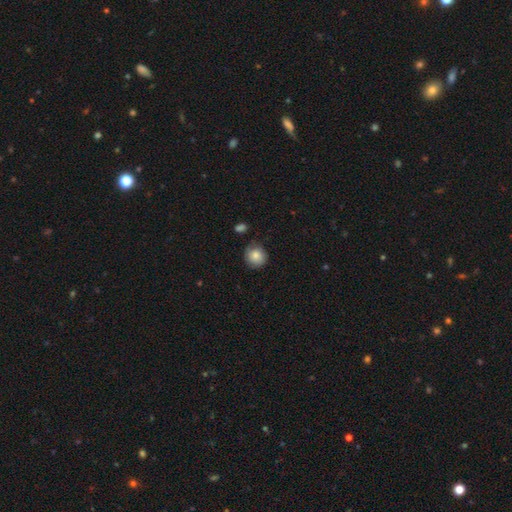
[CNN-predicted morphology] Smooth or featured? Predicted: smooth (p=0.83). How rounded? Predicted: round (p=0.89). Merging? Predicted: none (p=0.76).